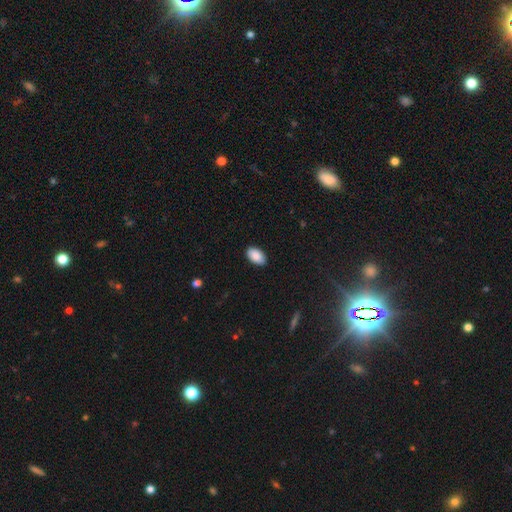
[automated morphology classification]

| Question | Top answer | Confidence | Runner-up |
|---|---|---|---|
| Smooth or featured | smooth | 89% | star or artifact (6%) |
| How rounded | in between | 95% | round (4%) |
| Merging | none | 89% | minor disturbance (8%) |